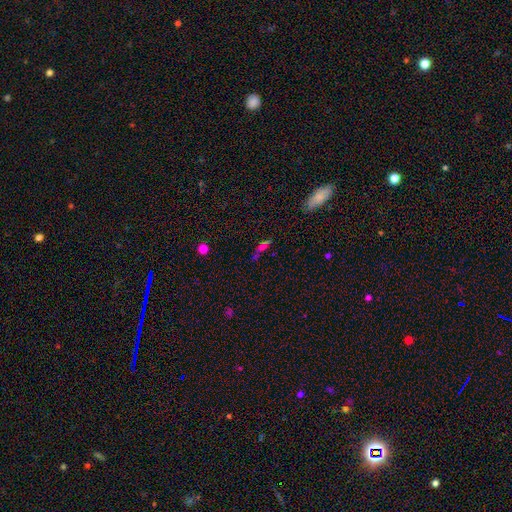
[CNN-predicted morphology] Smooth or featured: smooth — 45% (star or artifact — 33%)
Merging: none — 59% (minor disturbance — 17%)